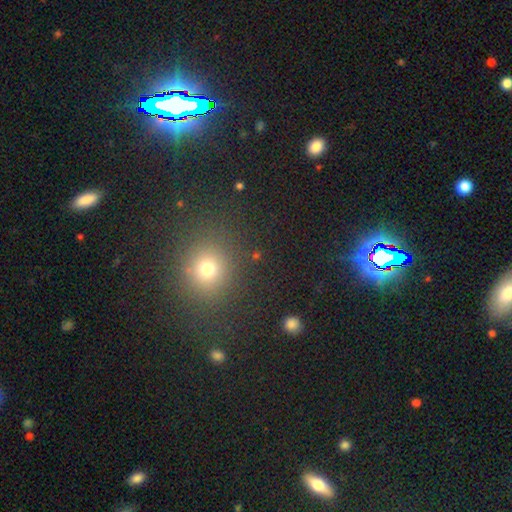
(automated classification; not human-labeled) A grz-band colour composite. It shows a smooth galaxy with no disk features (54%) that is round (83%). Merging: none (86%).